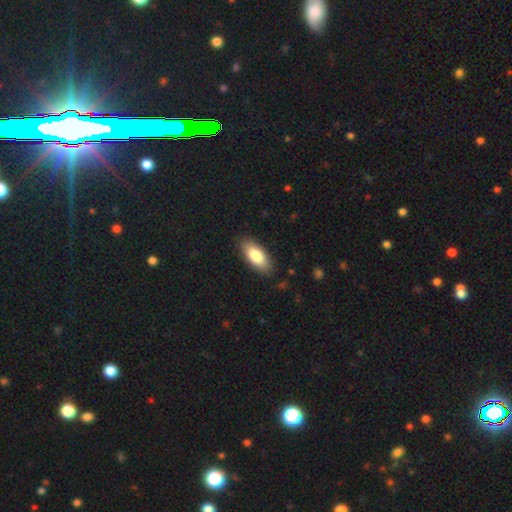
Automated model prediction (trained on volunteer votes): Smooth or featured? smooth (83%)
How rounded? in between (85%)
Merging? none (87%)